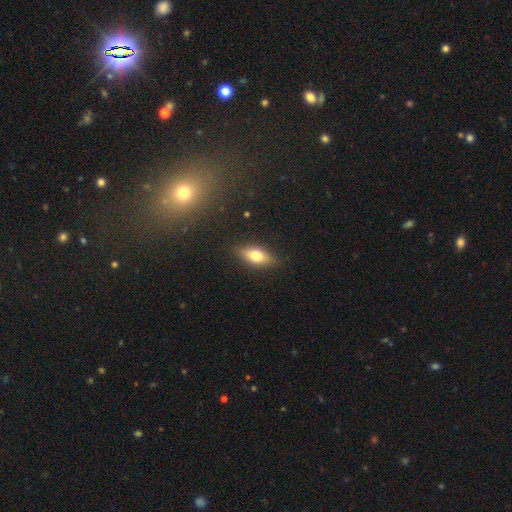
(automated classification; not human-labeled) Morphology: type=smooth (71%); roundness=in between (80%); merging=none (86%).